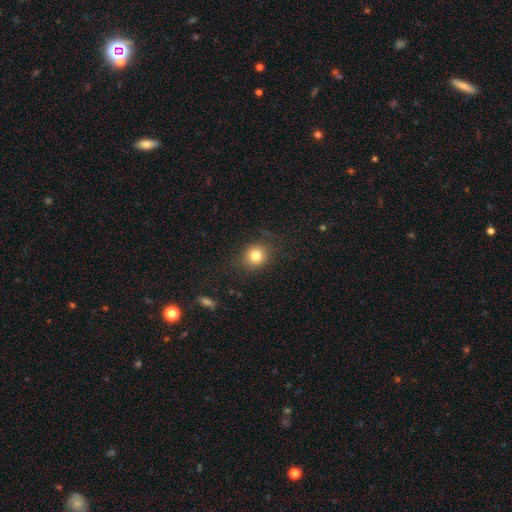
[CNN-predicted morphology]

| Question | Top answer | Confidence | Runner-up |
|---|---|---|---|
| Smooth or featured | smooth | 79% | star or artifact (12%) |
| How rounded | round | 81% | in between (18%) |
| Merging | none | 82% | minor disturbance (12%) |